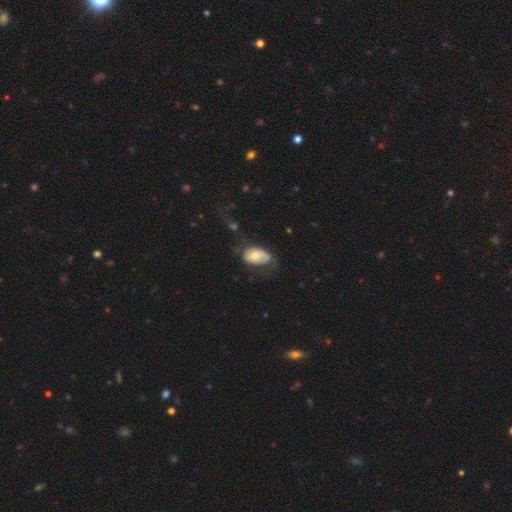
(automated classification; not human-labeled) Smooth or featured? Predicted: smooth (p=0.55). How rounded? Predicted: in between (p=0.91). Merging? Predicted: none (p=0.45).